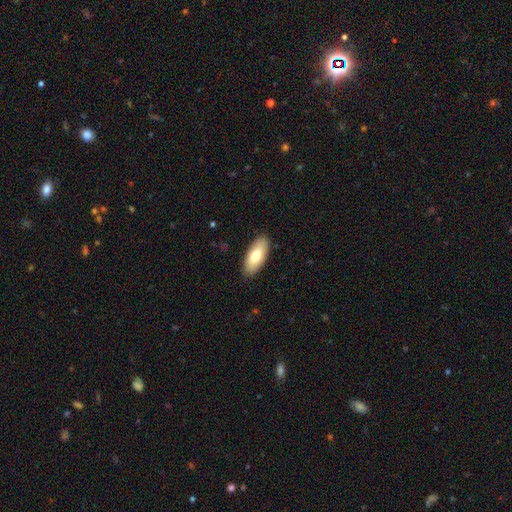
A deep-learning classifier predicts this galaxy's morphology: A smooth galaxy with no disk features (74%) that is in between round and cigar-shaped (86%).

Vote fractions:
- Smooth or featured? smooth: 74% / featured or disk: 20% / star or artifact: 6%
- How rounded? in between: 86% / cigar-shaped: 12% / round: 2%
- Merging? none: 89% / minor disturbance: 8% / major disturbance: 2% / merger: 1%